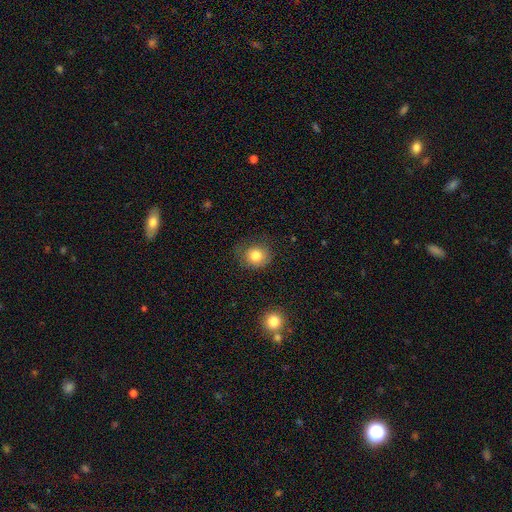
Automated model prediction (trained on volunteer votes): Smooth or featured? smooth (80%)
How rounded? round (79%)
Merging? none (71%)